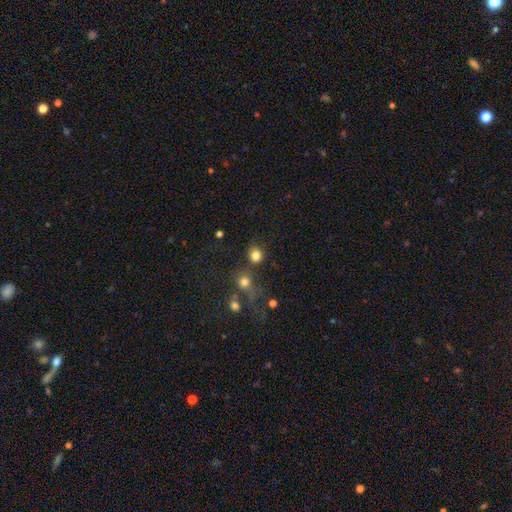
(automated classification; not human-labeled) smooth_or_featured: smooth (p=0.81) [alt: star or artifact p=0.13]
how_rounded: round (p=0.87) [alt: in between p=0.12]
merging: none (p=0.73) [alt: merger p=0.12]